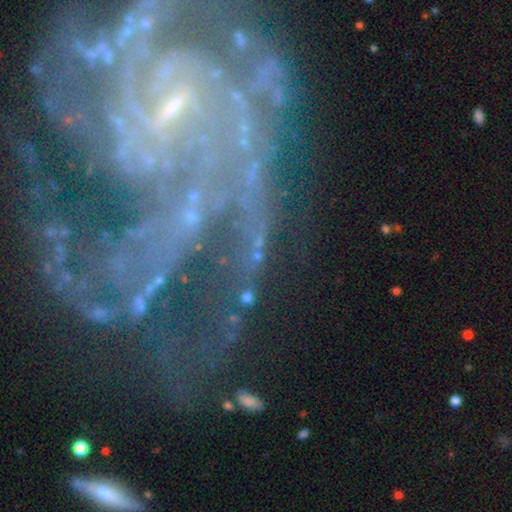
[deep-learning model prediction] A featured or disk galaxy (69%) with no bar (41%), tight (59%) spiral arms (90%) and a small central bulge (67%).

Vote fractions:
- Smooth or featured? featured or disk: 69% / star or artifact: 21% / smooth: 10%
- Edge-on disk? no: 92% / yes: 8%
- Bar? no: 41% / weak: 31% / strong: 28%
- Spiral arms? yes: 90% / no: 10%
- Spiral winding? tight: 59% / medium: 29% / loose: 12%
- Spiral arm count? can't tell: 28% / 2: 20% / 3: 17% / 4: 12% / more than 4: 12% / 1: 11%
- Bulge size? small: 67% / moderate: 18% / none: 9% / large: 3% / dominant: 2%
- Merging? none: 64% / minor disturbance: 16% / major disturbance: 15% / merger: 5%